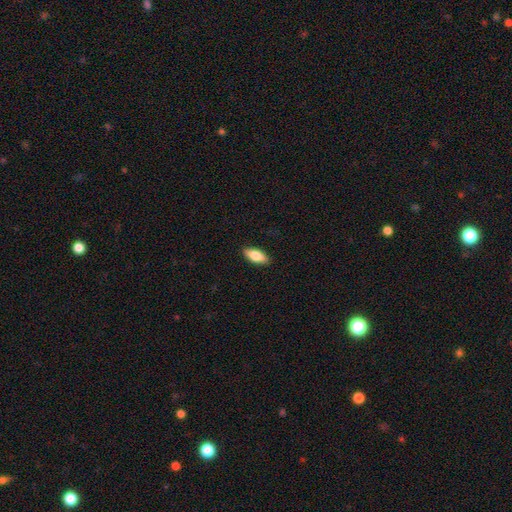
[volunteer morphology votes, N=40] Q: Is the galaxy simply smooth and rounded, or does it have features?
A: smooth — 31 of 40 (78%).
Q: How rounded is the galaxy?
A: in between — 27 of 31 (87%).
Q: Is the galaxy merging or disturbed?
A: none — 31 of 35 (89%).